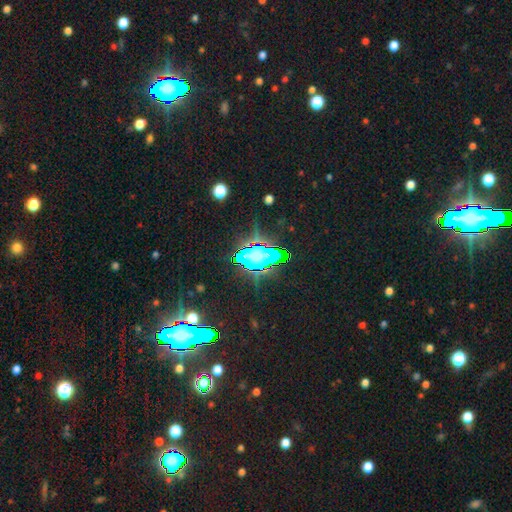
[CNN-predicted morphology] Smooth or featured? Predicted: star or artifact (p=0.59).